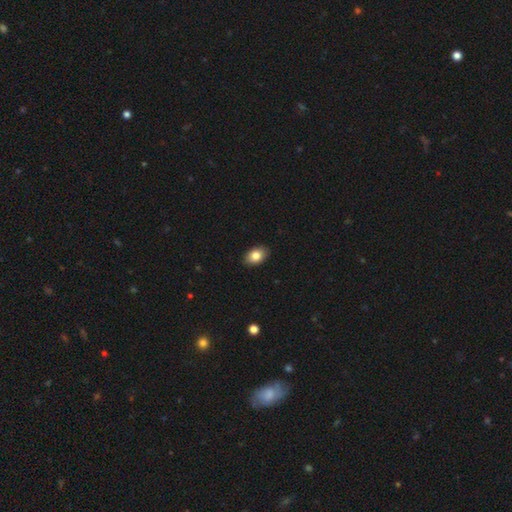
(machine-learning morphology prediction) A smooth galaxy with no disk features (83%) that is in between round and cigar-shaped (86%). Merging: none (90%).